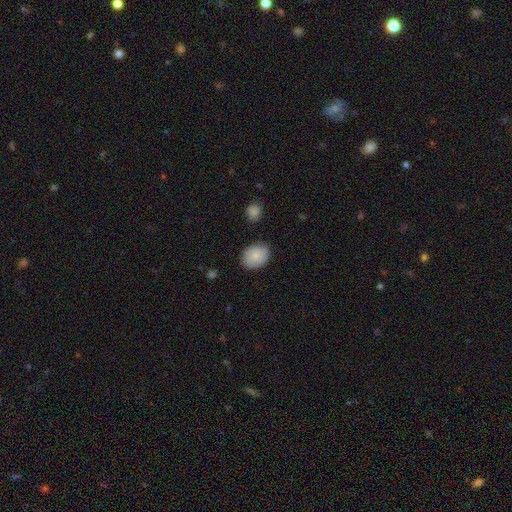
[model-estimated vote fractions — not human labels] Smooth or featured? smooth (81%)
How rounded? in between (58%)
Merging? none (73%)